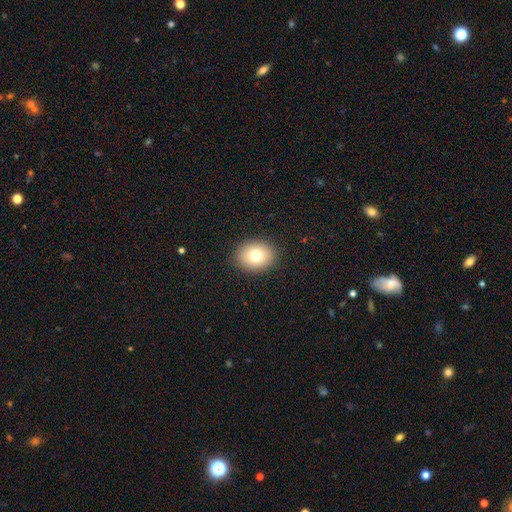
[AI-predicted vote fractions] The model was most divided on "how rounded": in between: 53%, round: 46%, cigar-shaped: 1%. More confident: merging — none (90%); smooth or featured — smooth (77%).